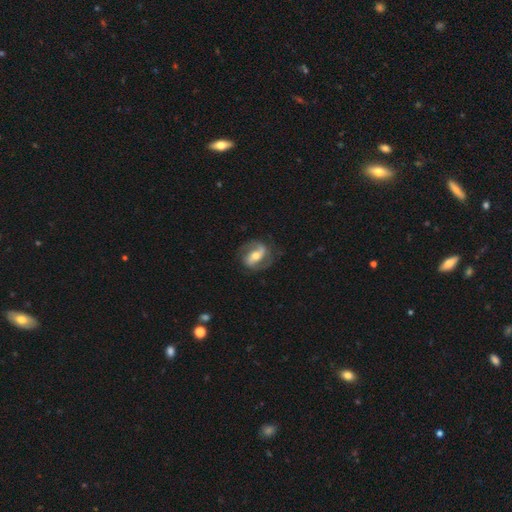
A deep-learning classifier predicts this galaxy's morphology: featured or disk 78%, smooth 17%, star or artifact 6%. Down the decision tree: edge-on disk — no (95%); bar — strong (44%); spiral arms — yes (89%); spiral arm count — 2 (86%); spiral winding — medium (46%); bulge size — moderate (65%); merging — none (74%).